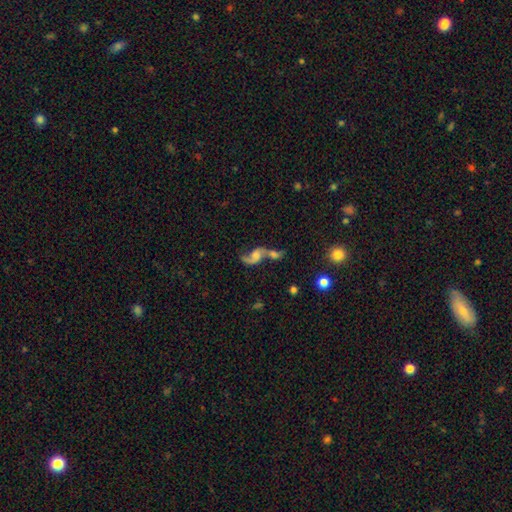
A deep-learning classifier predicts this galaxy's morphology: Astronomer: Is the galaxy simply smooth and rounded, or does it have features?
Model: featured or disk — 74%.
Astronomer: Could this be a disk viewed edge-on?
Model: no — 95%.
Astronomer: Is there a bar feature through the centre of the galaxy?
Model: no — 61%.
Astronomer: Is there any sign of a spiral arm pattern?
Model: yes — 89%.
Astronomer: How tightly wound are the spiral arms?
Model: loose — 79%.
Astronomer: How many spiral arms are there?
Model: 2 — 85%.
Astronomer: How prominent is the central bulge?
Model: moderate — 32% (runner-up: small, 28%).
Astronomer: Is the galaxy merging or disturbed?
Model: merger — 60%.